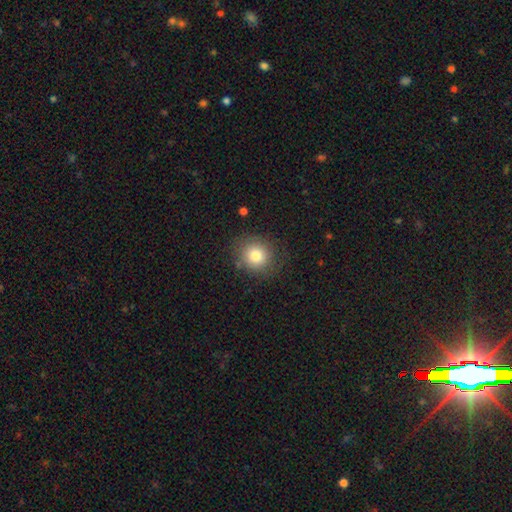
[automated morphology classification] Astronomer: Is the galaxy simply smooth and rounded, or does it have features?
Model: smooth — 80%.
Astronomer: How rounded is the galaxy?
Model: round — 83%.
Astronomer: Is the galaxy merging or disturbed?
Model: none — 82%.